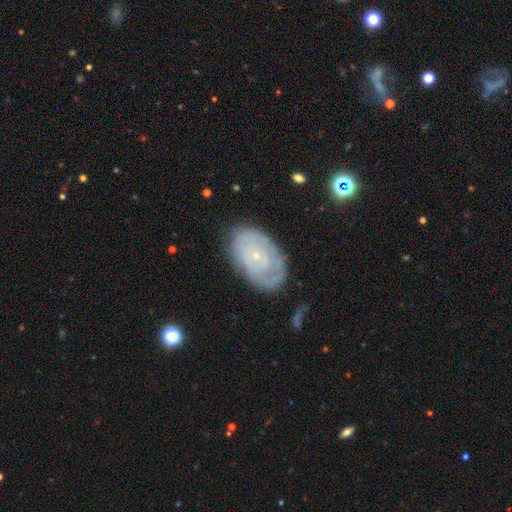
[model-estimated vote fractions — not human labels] Smooth or featured? Predicted: featured or disk (p=0.69). Edge-on disk? Predicted: no (p=0.95). Bar? Predicted: no (p=0.81). Spiral arms? Predicted: yes (p=0.72). Bulge size? Predicted: small (p=0.85). Merging? Predicted: none (p=0.73).